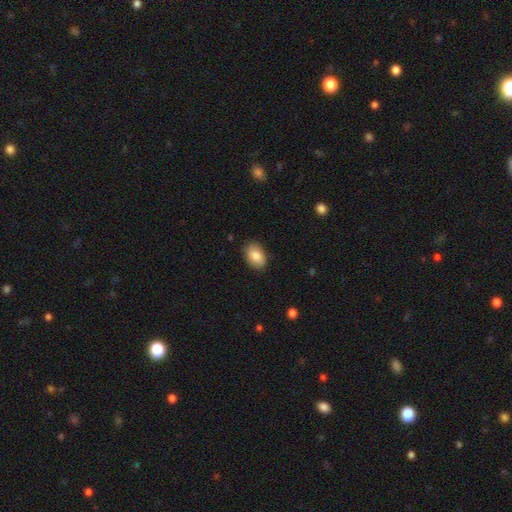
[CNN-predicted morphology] Smooth or featured?
  - smooth: 84% *
  - featured or disk: 9%
  - star or artifact: 7%
How rounded?
  - in between: 87% *
  - round: 12%
  - cigar-shaped: 1%
Merging?
  - none: 83% *
  - minor disturbance: 13%
  - major disturbance: 3%
  - merger: 1%